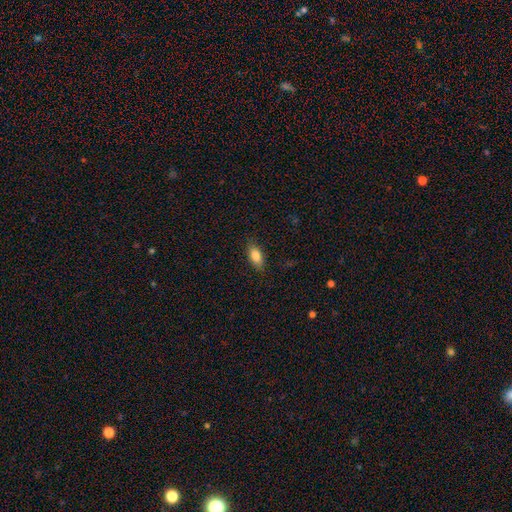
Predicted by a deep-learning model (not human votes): The model was most divided on "merging": none: 84%, minor disturbance: 12%, major disturbance: 3%, merger: 1%. More confident: how rounded — in between (85%); smooth or featured — smooth (83%).